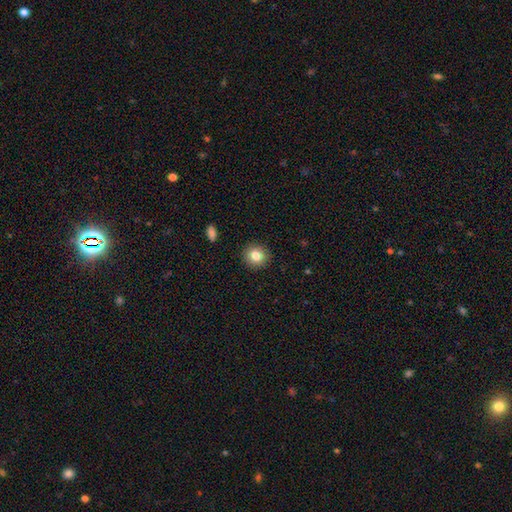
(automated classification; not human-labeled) A smooth galaxy with no disk features (82%) that is round (89%).

Vote fractions:
- Smooth or featured? smooth: 82% / star or artifact: 10% / featured or disk: 8%
- How rounded? round: 89% / in between: 10% / cigar-shaped: 1%
- Merging? none: 91% / minor disturbance: 6% / major disturbance: 2% / merger: 1%